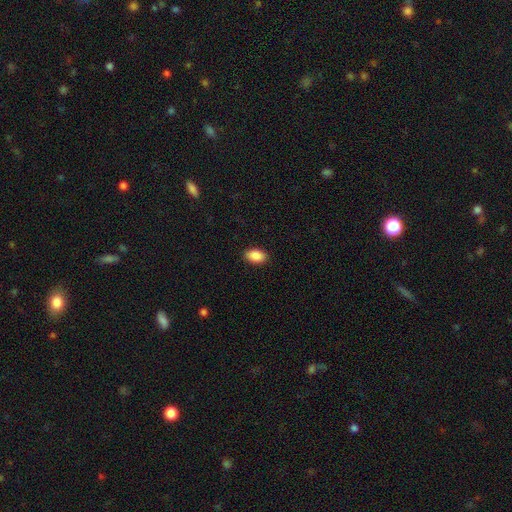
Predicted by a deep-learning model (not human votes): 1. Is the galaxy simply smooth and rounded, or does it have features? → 90% smooth, 7% star or artifact, 3% featured or disk.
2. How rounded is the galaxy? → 92% in between, 7% round, 1% cigar-shaped.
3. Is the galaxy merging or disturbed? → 90% none, 7% minor disturbance, 2% major disturbance, 1% merger.